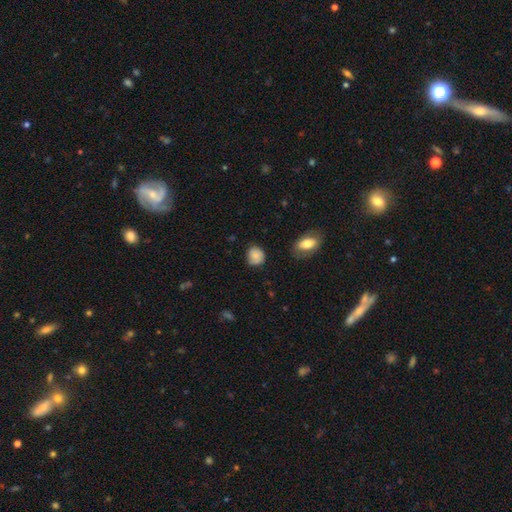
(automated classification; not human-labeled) A smooth galaxy with no disk features (82%) that is round (72%). Merging: none (68%).